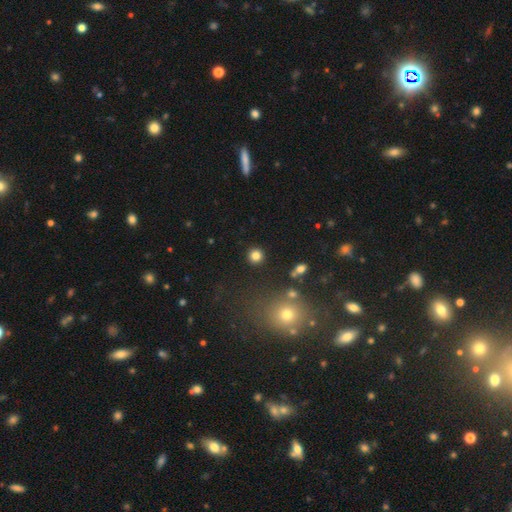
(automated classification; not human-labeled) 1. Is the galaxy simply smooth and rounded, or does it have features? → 82% smooth, 13% star or artifact, 5% featured or disk.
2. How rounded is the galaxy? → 94% round, 5% in between, 1% cigar-shaped.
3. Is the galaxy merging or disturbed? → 90% none, 5% minor disturbance, 2% merger, 2% major disturbance.